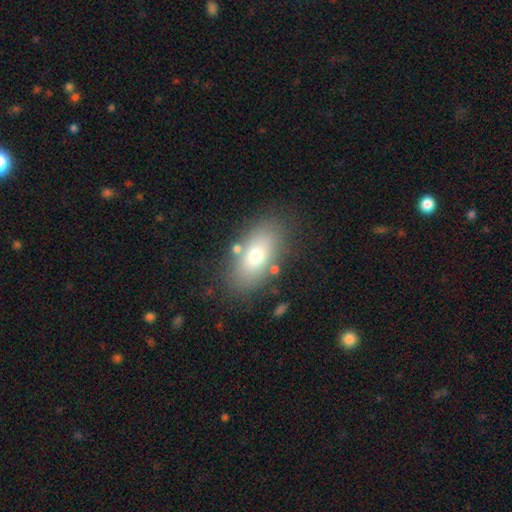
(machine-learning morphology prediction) Smooth or featured? Predicted: smooth (p=0.69). How rounded? Predicted: in between (p=0.89). Merging? Predicted: none (p=0.79).